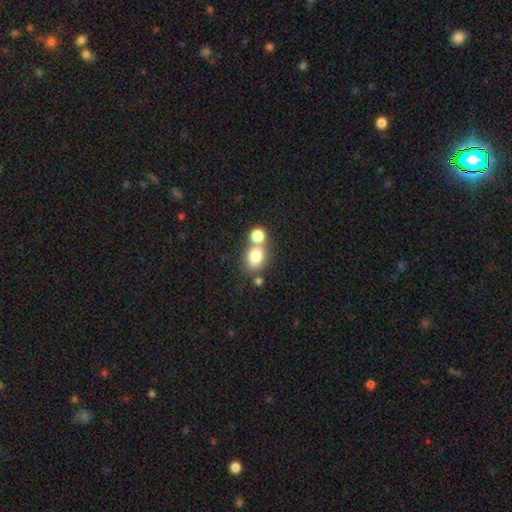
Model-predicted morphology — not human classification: This is likely a smooth galaxy (78%). How rounded: likely in between (65%). Merging: possibly merger (48%).